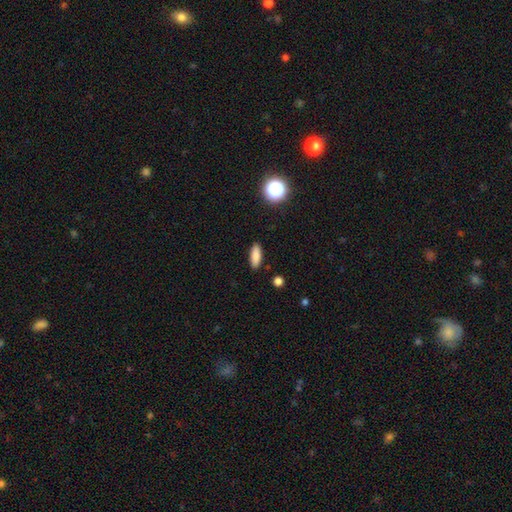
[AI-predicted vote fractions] smooth 86%, star or artifact 8%, featured or disk 6%. Down the decision tree: how rounded — in between (63%); merging — none (89%).